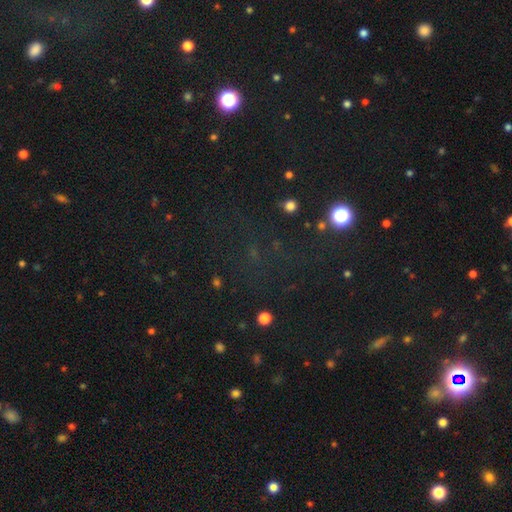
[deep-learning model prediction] Overall: star or artifact (67%).